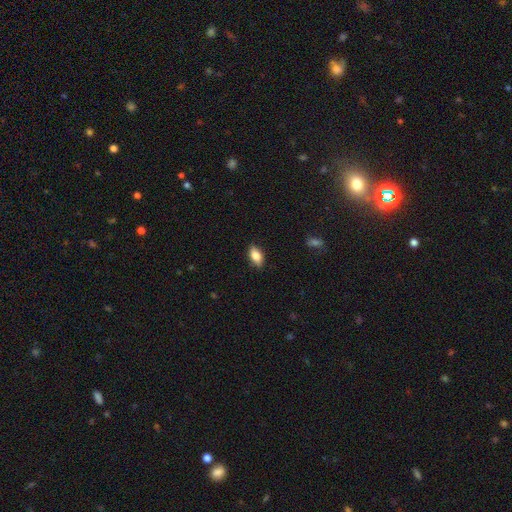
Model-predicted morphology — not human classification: type=smooth (79%); roundness=in between (88%); merging=none (84%).